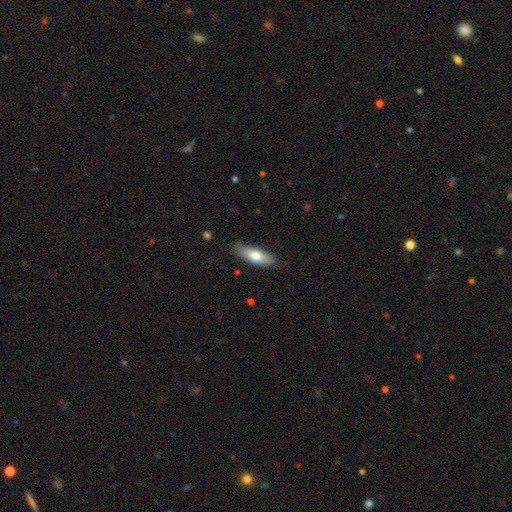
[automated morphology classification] A smooth galaxy with no disk features (71%) that is in between round and cigar-shaped (62%).

Vote fractions:
- Smooth or featured? smooth: 71% / featured or disk: 23% / star or artifact: 6%
- How rounded? in between: 62% / cigar-shaped: 36% / round: 2%
- Merging? none: 79% / minor disturbance: 17% / major disturbance: 3% / merger: 1%